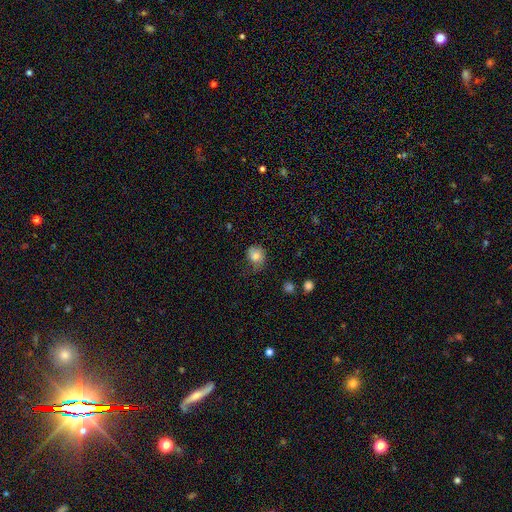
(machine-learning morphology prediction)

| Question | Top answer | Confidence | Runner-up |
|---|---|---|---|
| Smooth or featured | smooth | 79% | featured or disk (11%) |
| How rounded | round | 66% | in between (33%) |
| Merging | none | 50% | minor disturbance (33%) |